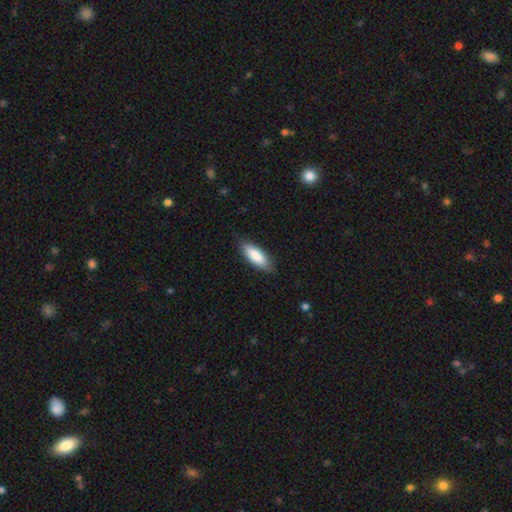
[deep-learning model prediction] Smooth or featured? smooth (85%)
How rounded? in between (73%)
Merging? none (84%)